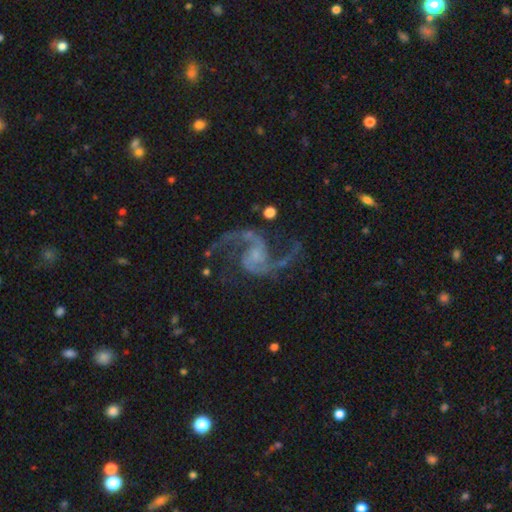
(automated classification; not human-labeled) This is clearly a featured or disk galaxy (93%). It is clearly not viewed edge-on (98%). Bar: possibly no (55%). Spiral arm pattern: clearly yes (98%). Spiral arm count: clearly 2 (94%). Spiral winding: possibly loose (48%). Central bulge: likely small (61%). Merging: likely none (71%).